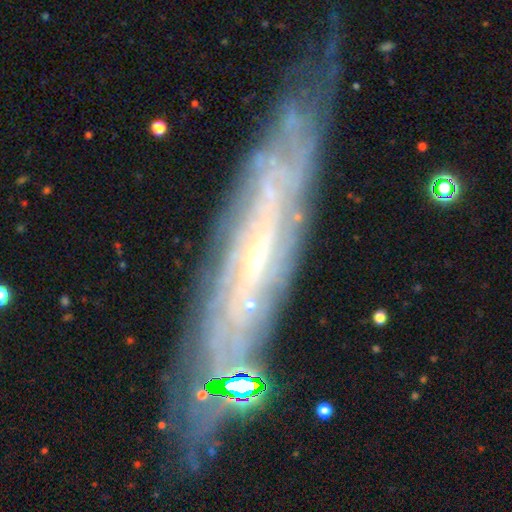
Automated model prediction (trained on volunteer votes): Q: Smooth or featured?
A: featured or disk (80%); runner-up: smooth (11%)
Q: Edge-on disk?
A: no (64%); runner-up: yes (36%)
Q: Bar?
A: no (50%); runner-up: weak (34%)
Q: Spiral arms?
A: yes (90%); runner-up: no (10%)
Q: Bulge size?
A: small (80%); runner-up: moderate (12%)
Q: Merging?
A: none (71%); runner-up: minor disturbance (19%)